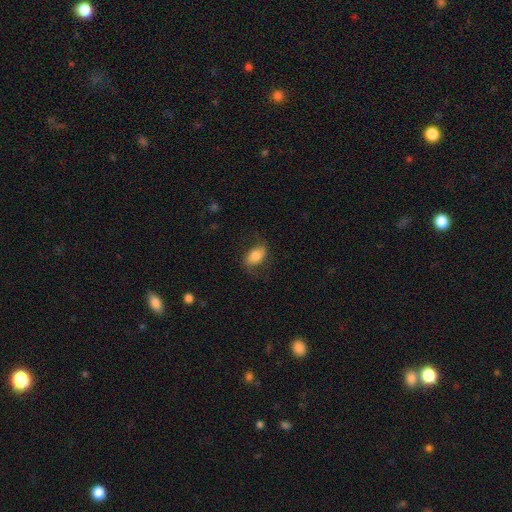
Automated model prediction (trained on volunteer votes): Smooth or featured? smooth (66%)
How rounded? in between (89%)
Merging? none (67%)